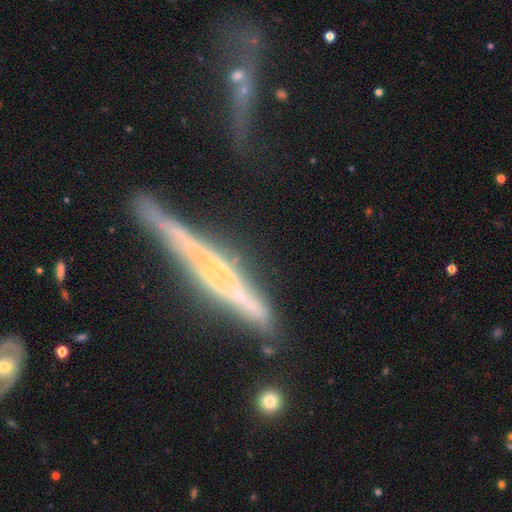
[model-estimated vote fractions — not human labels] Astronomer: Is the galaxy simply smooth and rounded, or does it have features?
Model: featured or disk — 76%.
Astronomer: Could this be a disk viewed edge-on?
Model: yes — 93%.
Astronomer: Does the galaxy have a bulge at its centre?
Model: none — 58%.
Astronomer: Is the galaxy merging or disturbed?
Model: none — 65%.